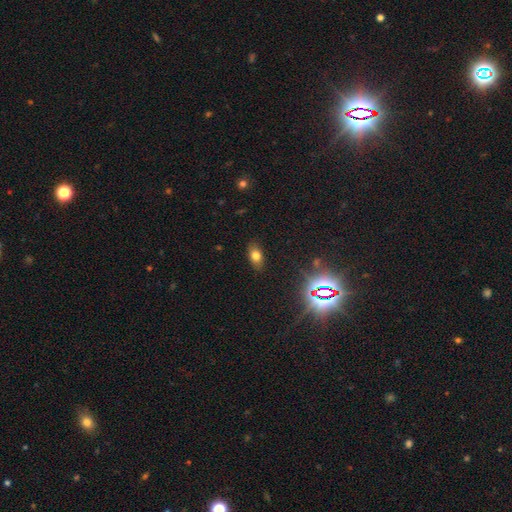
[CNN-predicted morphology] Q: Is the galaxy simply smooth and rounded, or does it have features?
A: smooth — 70%.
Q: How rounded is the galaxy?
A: in between — 85%.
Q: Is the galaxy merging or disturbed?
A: none — 85%.